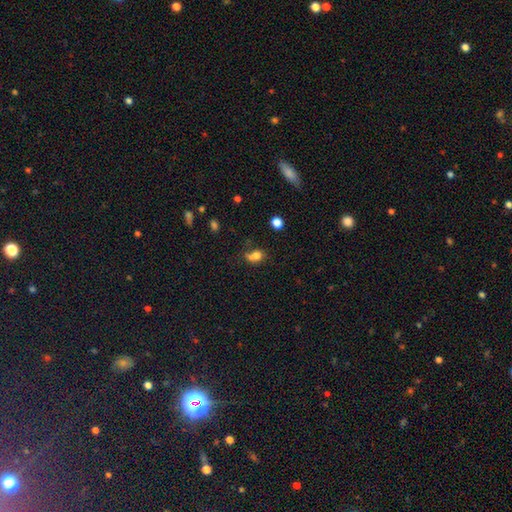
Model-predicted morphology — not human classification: The model was most divided on "merging": none: 39%, merger: 32%, minor disturbance: 18%, major disturbance: 11%. More confident: smooth or featured — smooth (74%); how rounded — round (57%).